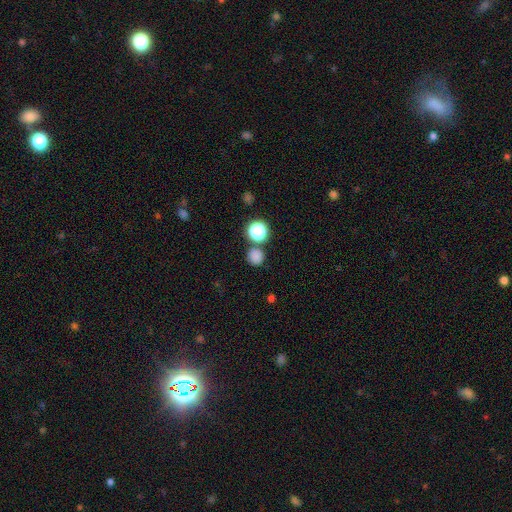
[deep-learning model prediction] Smooth or featured?
  - smooth: 79% *
  - star or artifact: 17%
  - featured or disk: 4%
How rounded?
  - round: 92% *
  - in between: 7%
  - cigar-shaped: 1%
Merging?
  - none: 78% *
  - merger: 11%
  - minor disturbance: 8%
  - major disturbance: 3%